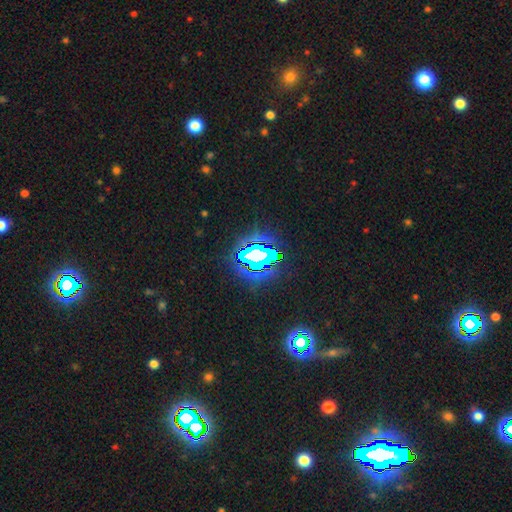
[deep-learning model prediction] smooth_or_featured: star or artifact (p=0.72) [alt: smooth p=0.15]